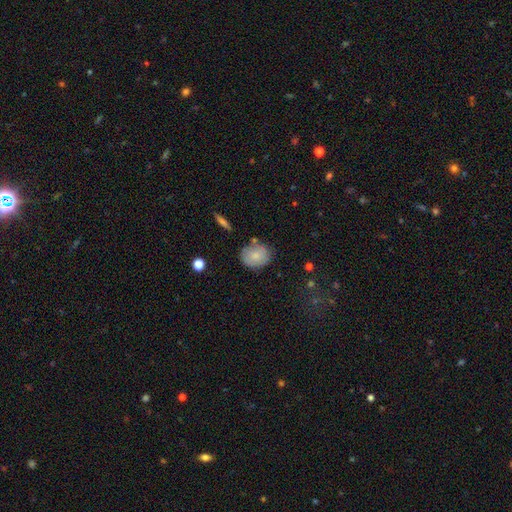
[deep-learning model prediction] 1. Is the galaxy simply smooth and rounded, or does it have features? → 78% smooth, 14% featured or disk, 7% star or artifact.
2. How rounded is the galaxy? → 58% round, 41% in between, 1% cigar-shaped.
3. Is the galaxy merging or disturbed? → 77% none, 15% minor disturbance, 4% merger, 3% major disturbance.